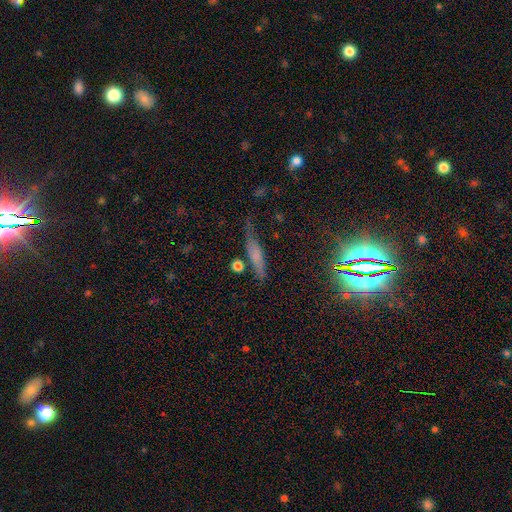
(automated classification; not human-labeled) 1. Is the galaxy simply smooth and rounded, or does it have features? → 56% smooth, 29% featured or disk, 16% star or artifact.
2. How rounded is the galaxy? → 78% cigar-shaped, 18% in between, 4% round.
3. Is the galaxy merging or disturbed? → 63% none, 24% minor disturbance, 8% major disturbance, 6% merger.